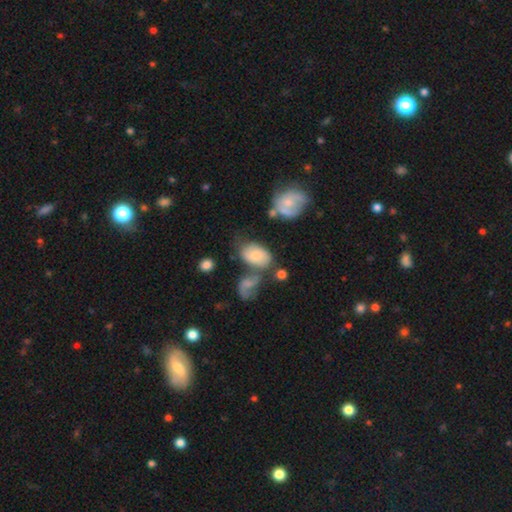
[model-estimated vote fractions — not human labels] Smooth or featured?
  - smooth: 65% *
  - featured or disk: 26%
  - star or artifact: 9%
How rounded?
  - in between: 88% *
  - round: 11%
  - cigar-shaped: 1%
Merging?
  - none: 38% *
  - merger: 29%
  - minor disturbance: 20%
  - major disturbance: 14%